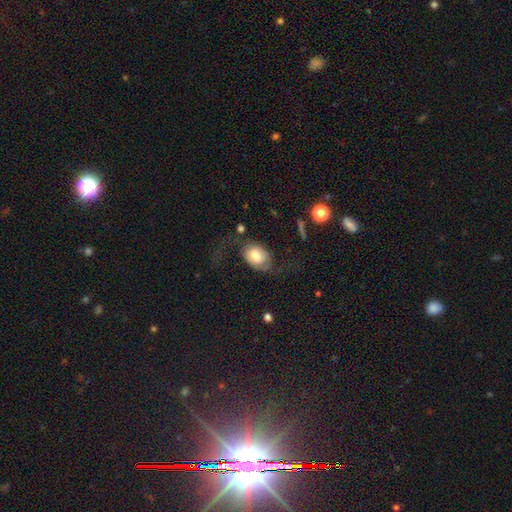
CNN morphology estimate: smooth 57%, featured or disk 35%, star or artifact 7%. Down the decision tree: how rounded — in between (68%); merging — none (41%).